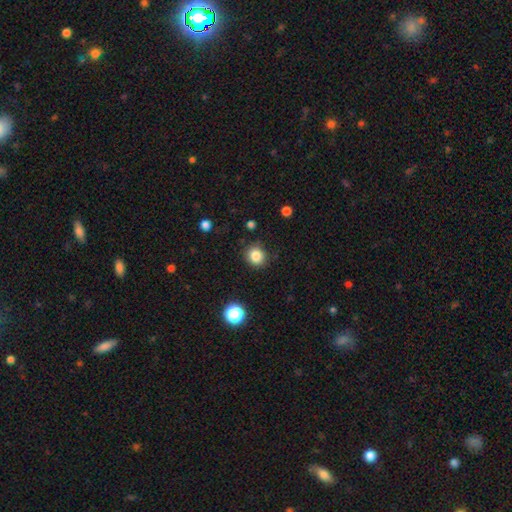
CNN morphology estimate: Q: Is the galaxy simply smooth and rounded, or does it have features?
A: smooth — 84%.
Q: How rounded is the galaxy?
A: round — 85%.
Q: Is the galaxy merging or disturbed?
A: none — 87%.